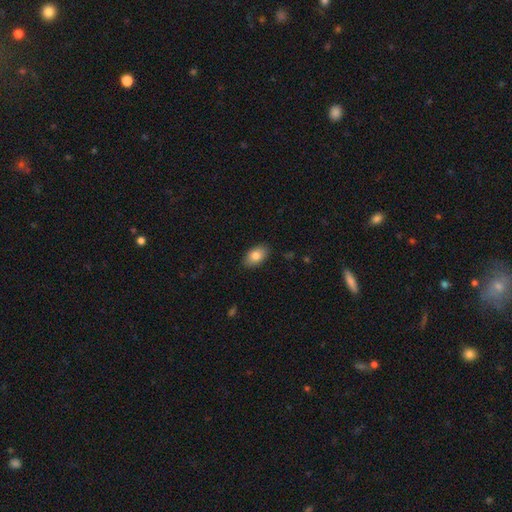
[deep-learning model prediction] This appears to be a smooth galaxy with no disk features (81%) that is in between round and cigar-shaped (92%). Merging: none (88%).